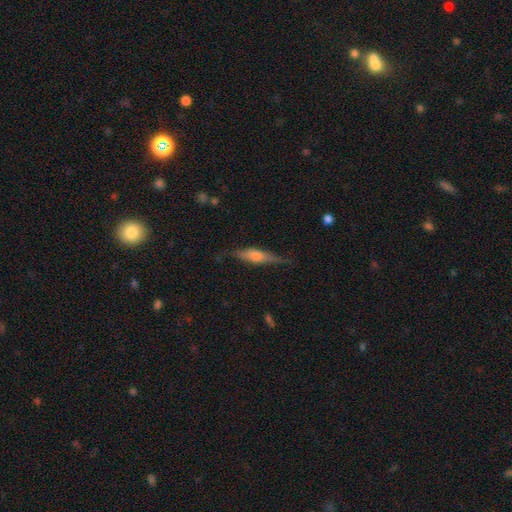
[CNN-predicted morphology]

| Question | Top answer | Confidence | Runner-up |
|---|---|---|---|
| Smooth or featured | featured or disk | 66% | smooth (27%) |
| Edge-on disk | yes | 94% | no (6%) |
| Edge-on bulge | rounded | 80% | boxy (14%) |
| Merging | none | 78% | minor disturbance (16%) |